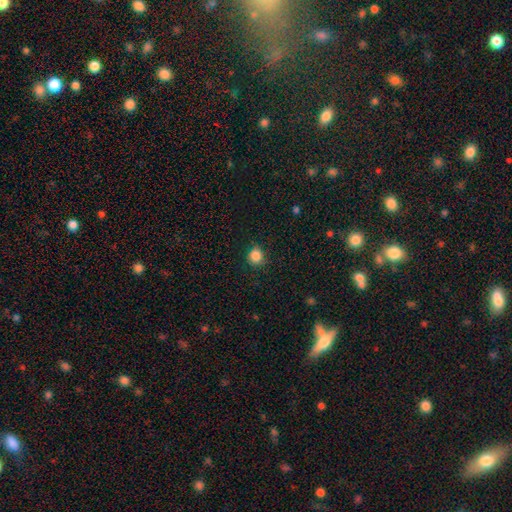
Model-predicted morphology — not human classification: Overall: smooth (86%). How rounded: round (89%). Merging: none (83%).